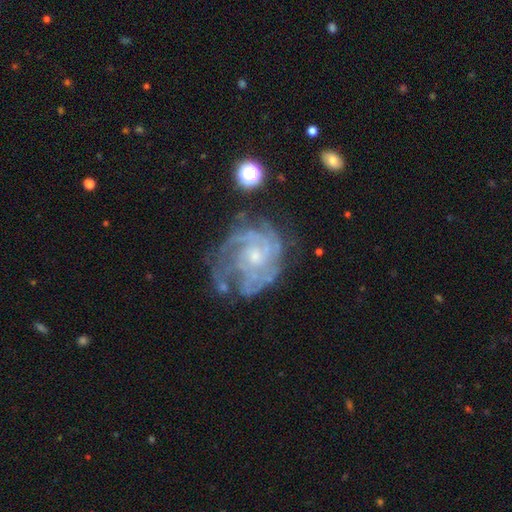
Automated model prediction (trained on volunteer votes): The model was most divided on "spiral arm count": can't tell: 34%, 3: 23%, 2: 18%, 4: 13%, more than 4: 6%, 1: 6%. More confident: edge-on disk — no (98%); spiral arms — yes (95%); smooth or featured — featured or disk (86%); bar — no (73%); spiral winding — tight (65%); bulge size — small (64%); merging — none (58%).